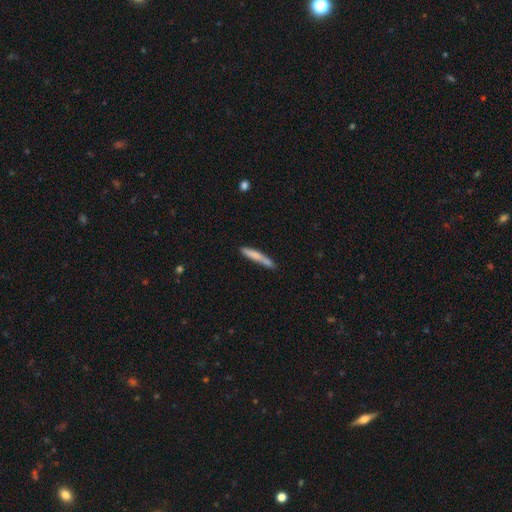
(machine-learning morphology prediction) smooth-or-featured: smooth: 73% | featured or disk: 21% | star or artifact: 6%
  how-rounded: cigar-shaped: 94% | in between: 5% | round: 1%
  merging: none: 71% | minor disturbance: 18% | merger: 7% | major disturbance: 4%